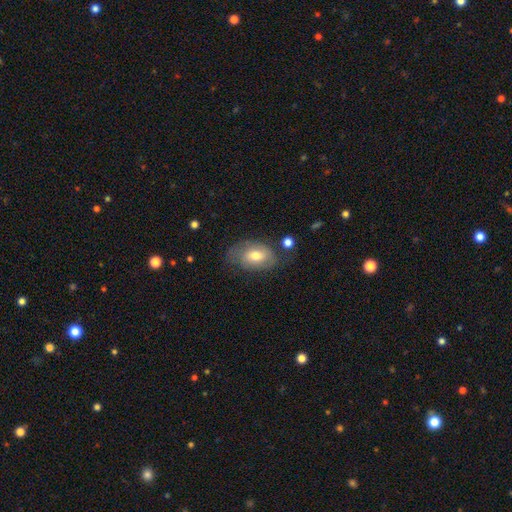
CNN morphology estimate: type=smooth (64%); roundness=in between (86%); merging=none (58%).